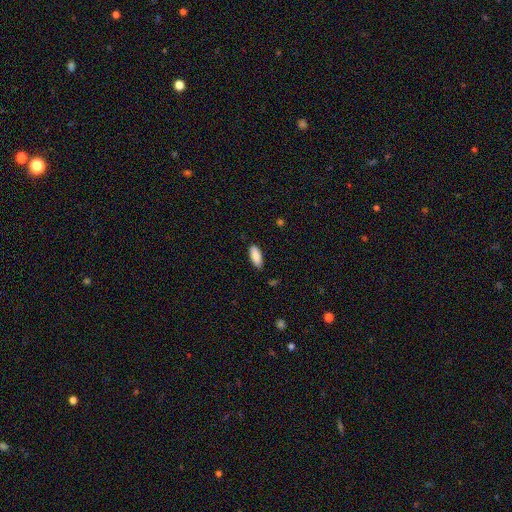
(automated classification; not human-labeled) Q: Smooth or featured?
A: smooth (88%); runner-up: star or artifact (6%)
Q: How rounded?
A: in between (81%); runner-up: cigar-shaped (17%)
Q: Merging?
A: none (81%); runner-up: minor disturbance (15%)